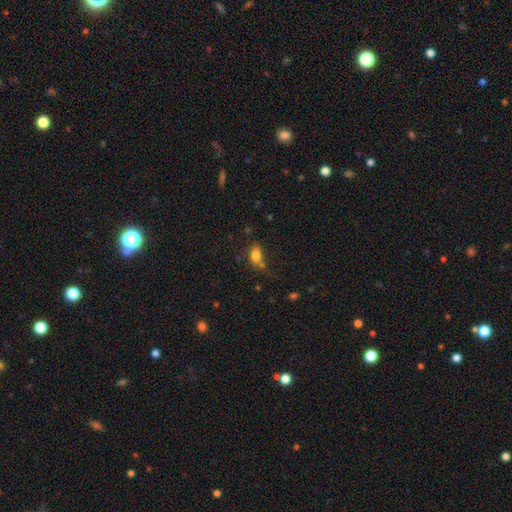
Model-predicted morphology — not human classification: Q: Smooth or featured?
A: smooth (80%); runner-up: star or artifact (11%)
Q: How rounded?
A: in between (81%); runner-up: round (15%)
Q: Merging?
A: none (53%); runner-up: merger (20%)